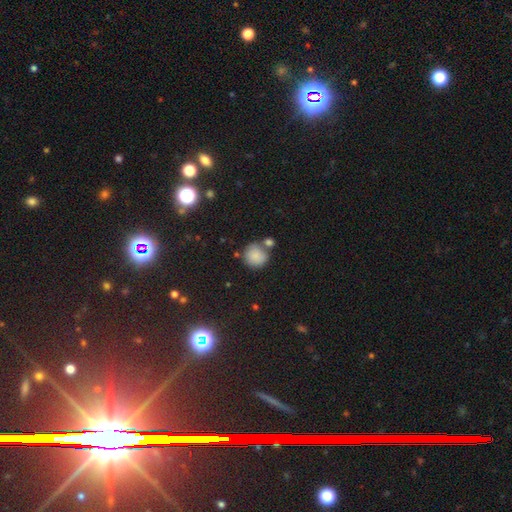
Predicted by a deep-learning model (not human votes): A smooth galaxy with no disk features (84%) that is round (89%).

Vote fractions:
- Smooth or featured? smooth: 84% / star or artifact: 10% / featured or disk: 6%
- How rounded? round: 89% / in between: 10% / cigar-shaped: 1%
- Merging? none: 59% / merger: 22% / minor disturbance: 14% / major disturbance: 5%